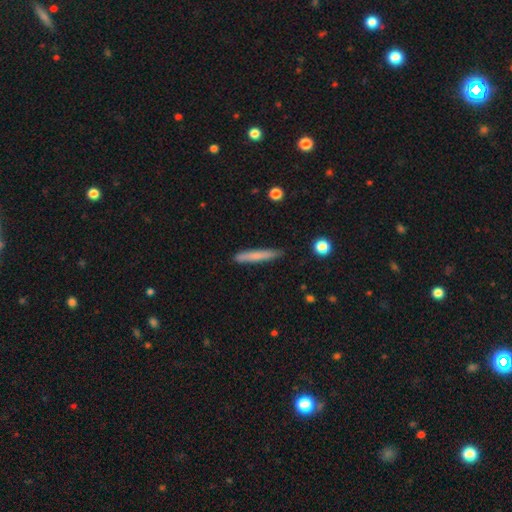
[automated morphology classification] smooth-or-featured: smooth: 71% | featured or disk: 22% | star or artifact: 6%
  how-rounded: cigar-shaped: 95% | in between: 4% | round: 1%
  merging: none: 86% | minor disturbance: 10% | major disturbance: 2% | merger: 1%